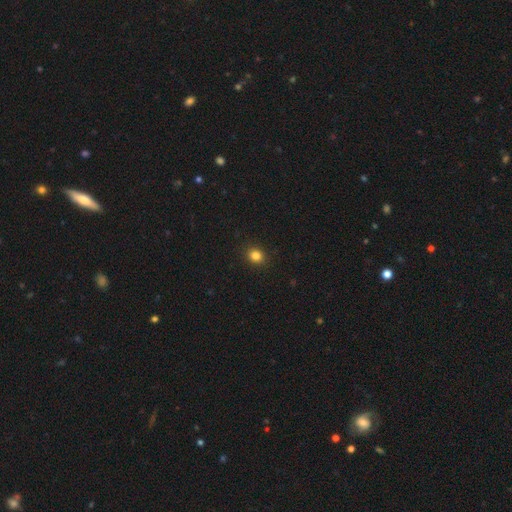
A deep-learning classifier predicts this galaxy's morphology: type=smooth (83%); roundness=round (73%); merging=none (92%).